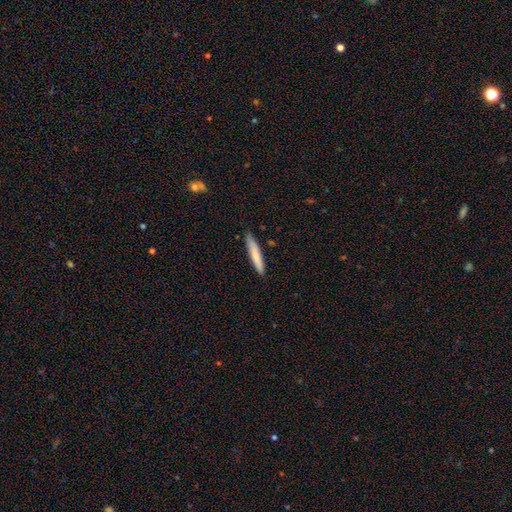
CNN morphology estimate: A smooth galaxy with no disk features (77%) that is cigar-shaped (92%).

Vote fractions:
- Smooth or featured? smooth: 77% / featured or disk: 18% / star or artifact: 6%
- How rounded? cigar-shaped: 92% / in between: 7% / round: 1%
- Merging? none: 86% / minor disturbance: 11% / major disturbance: 2% / merger: 1%